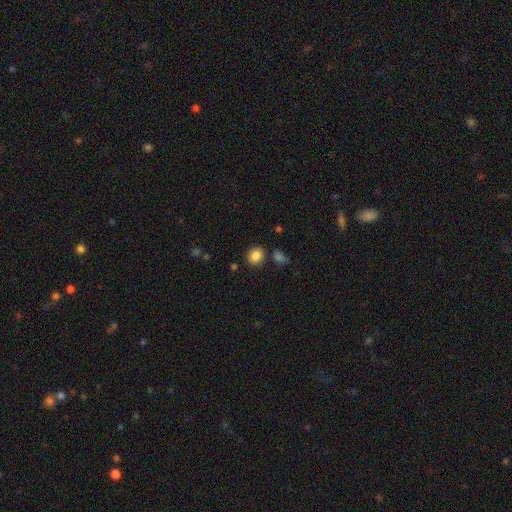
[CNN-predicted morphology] A smooth galaxy with no disk features (86%) that is round (74%). Merging: none (82%).